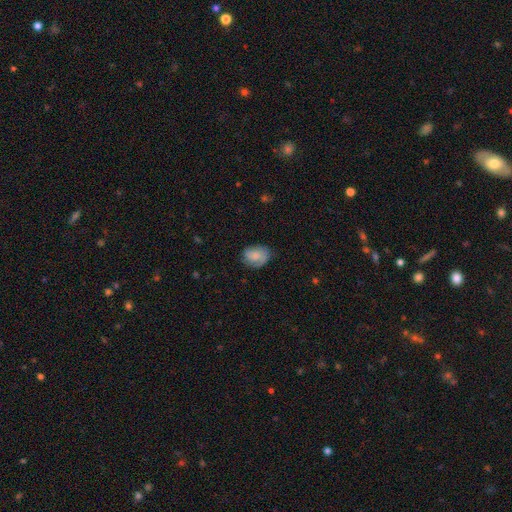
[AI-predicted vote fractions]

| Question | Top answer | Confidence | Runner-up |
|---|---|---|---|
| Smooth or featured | smooth | 66% | featured or disk (26%) |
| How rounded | in between | 63% | round (36%) |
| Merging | none | 66% | minor disturbance (25%) |